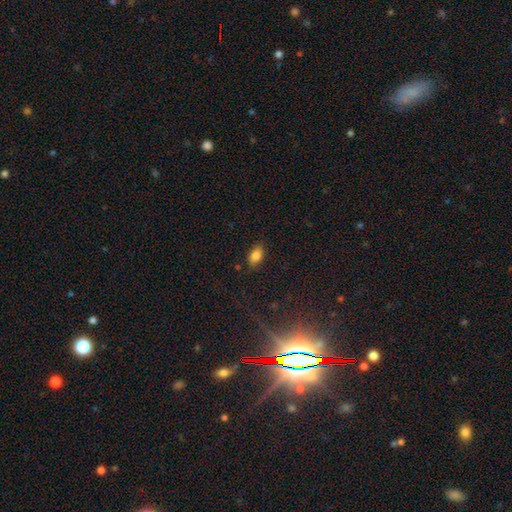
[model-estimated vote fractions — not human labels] This appears to be a smooth galaxy with no disk features (83%) that is in between round and cigar-shaped (90%). Merging: none (82%).